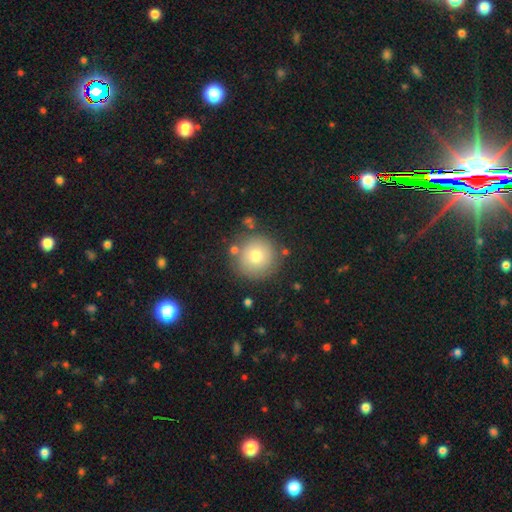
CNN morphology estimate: type=smooth (75%); roundness=round (95%); merging=none (82%).